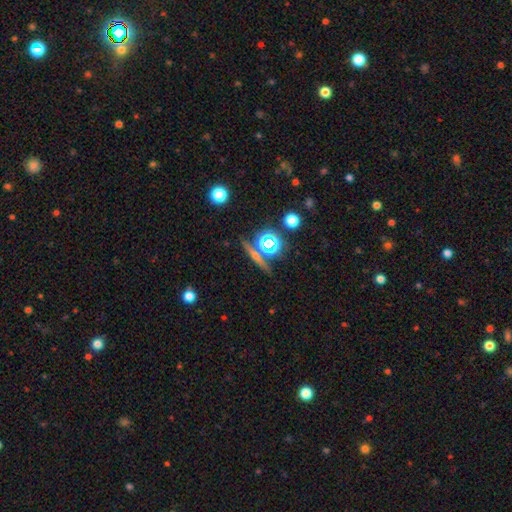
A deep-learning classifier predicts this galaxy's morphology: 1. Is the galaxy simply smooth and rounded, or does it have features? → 37% featured or disk, 36% smooth, 27% star or artifact.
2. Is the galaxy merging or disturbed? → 79% none, 9% merger, 9% minor disturbance, 3% major disturbance.